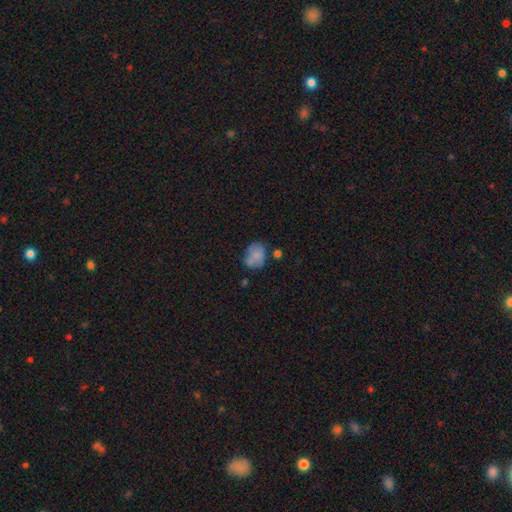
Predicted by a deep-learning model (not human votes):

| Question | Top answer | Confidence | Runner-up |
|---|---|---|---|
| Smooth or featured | smooth | 65% | featured or disk (25%) |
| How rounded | in between | 57% | round (42%) |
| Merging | none | 46% | minor disturbance (25%) |